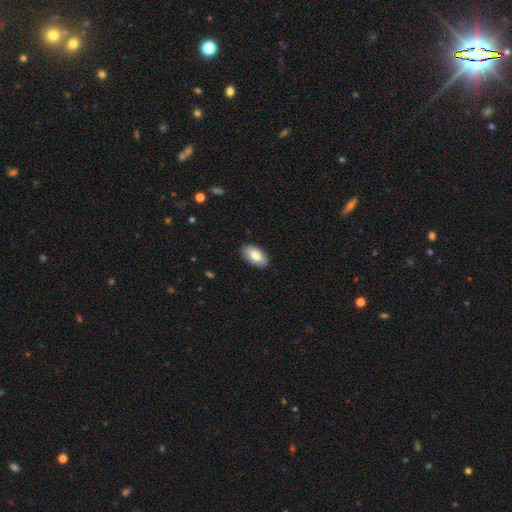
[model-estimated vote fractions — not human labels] This is likely a smooth galaxy (79%). How rounded: clearly in between (94%). Merging: clearly none (89%).